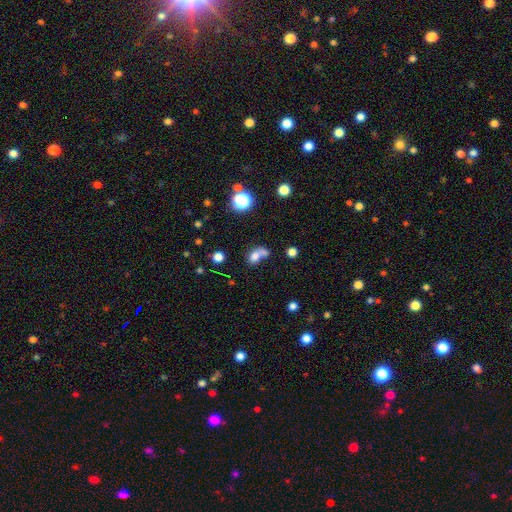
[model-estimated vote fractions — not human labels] Smooth or featured? Predicted: smooth (p=0.69). How rounded? Predicted: in between (p=0.59). Merging? Predicted: merger (p=0.50).